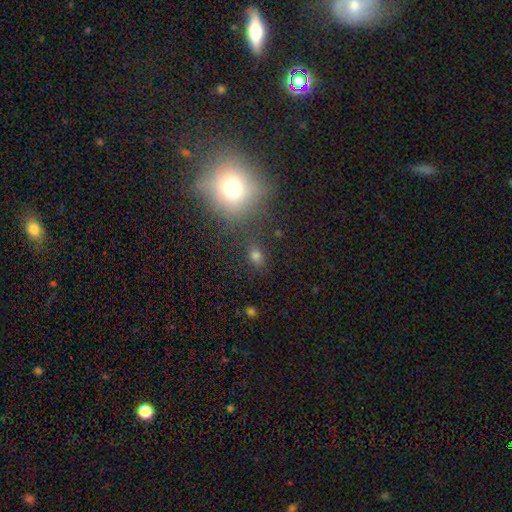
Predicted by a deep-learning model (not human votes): The model was most divided on "how rounded": in between: 64%, round: 34%, cigar-shaped: 2%. More confident: merging — none (77%); smooth or featured — smooth (72%).